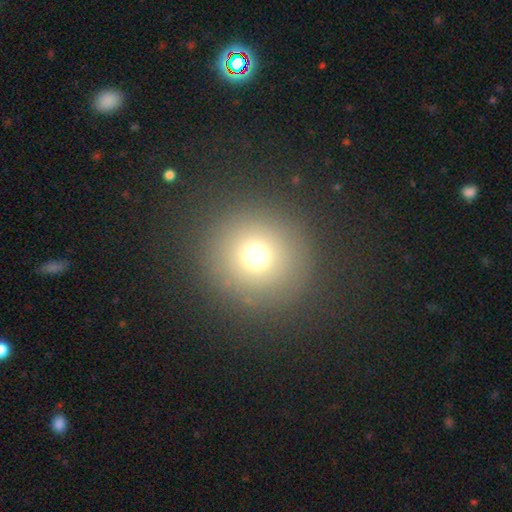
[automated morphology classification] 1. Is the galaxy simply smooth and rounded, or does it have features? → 71% smooth, 20% star or artifact, 10% featured or disk.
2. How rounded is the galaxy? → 95% round, 4% in between, 1% cigar-shaped.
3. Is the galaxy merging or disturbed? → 88% none, 6% minor disturbance, 4% major disturbance, 1% merger.